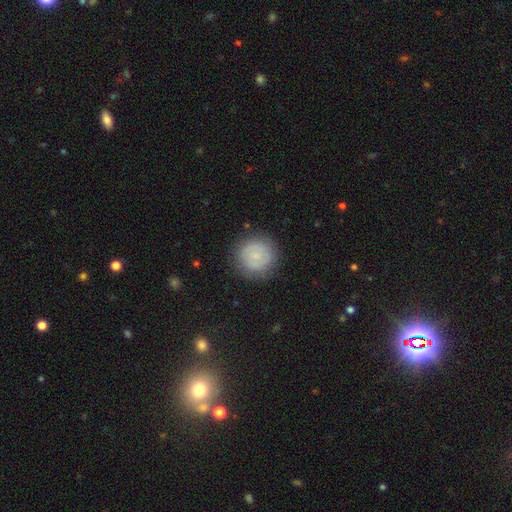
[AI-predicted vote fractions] A smooth galaxy with no disk features (63%) that is round (94%). Merging: none (84%).